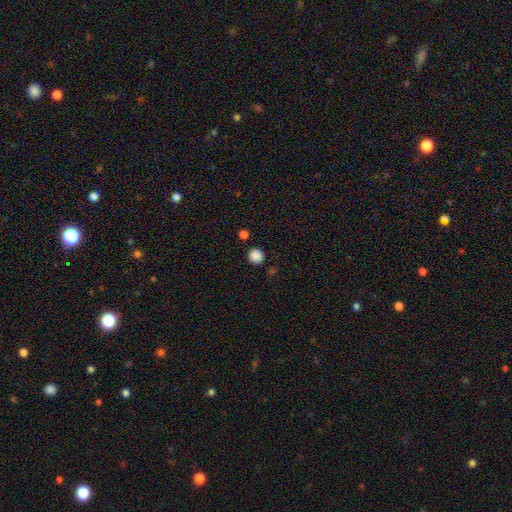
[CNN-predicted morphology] smooth 87%, star or artifact 10%, featured or disk 3%. Down the decision tree: how rounded — round (88%); merging — none (88%).